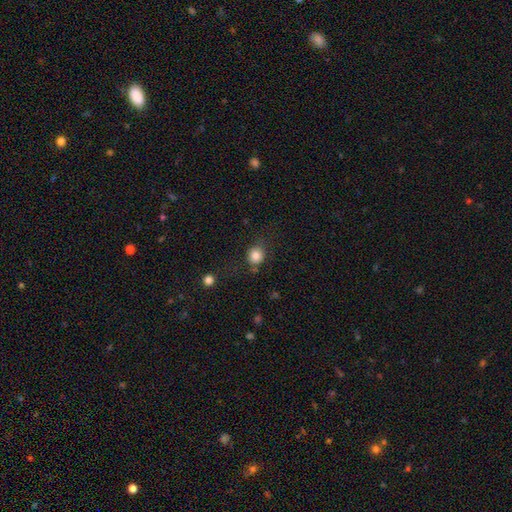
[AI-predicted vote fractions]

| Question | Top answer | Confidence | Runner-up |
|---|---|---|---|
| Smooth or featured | smooth | 83% | star or artifact (11%) |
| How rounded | round | 83% | in between (16%) |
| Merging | none | 75% | minor disturbance (14%) |